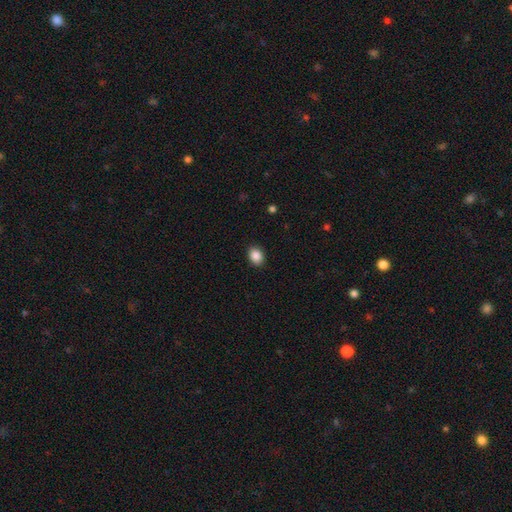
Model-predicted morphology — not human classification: Smooth or featured? Predicted: smooth (p=0.89). How rounded? Predicted: in between (p=0.62). Merging? Predicted: none (p=0.90).